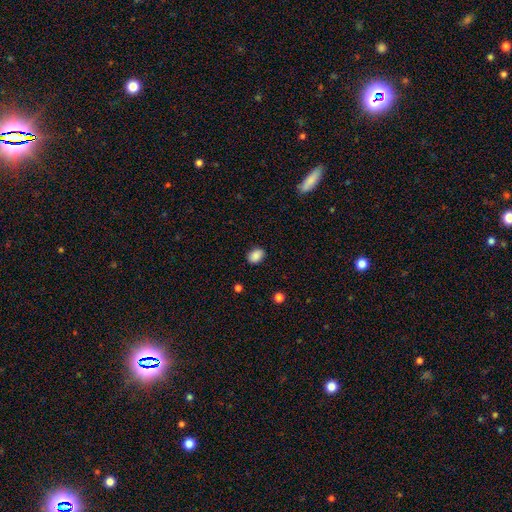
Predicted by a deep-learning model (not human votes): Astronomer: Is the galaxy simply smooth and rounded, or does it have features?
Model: smooth — 88%.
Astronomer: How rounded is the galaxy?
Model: in between — 73%.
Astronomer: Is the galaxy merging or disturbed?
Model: none — 87%.